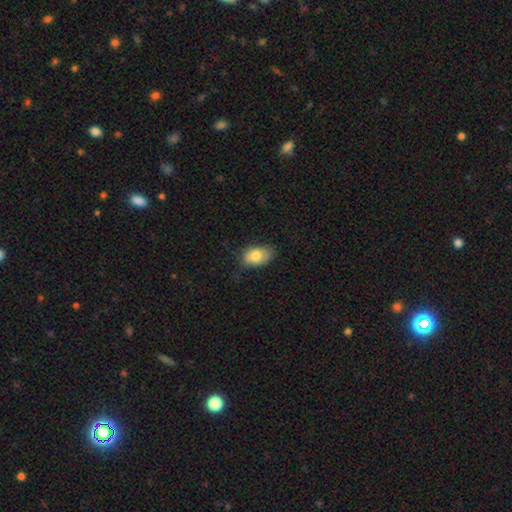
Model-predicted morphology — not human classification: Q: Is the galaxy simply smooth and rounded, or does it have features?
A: smooth — 76%.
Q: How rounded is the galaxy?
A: in between — 87%.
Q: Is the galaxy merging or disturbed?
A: none — 62%.